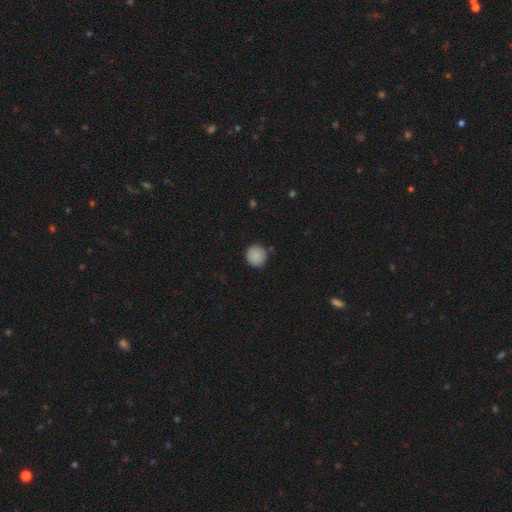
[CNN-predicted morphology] type=smooth (89%); roundness=round (93%); merging=none (88%).